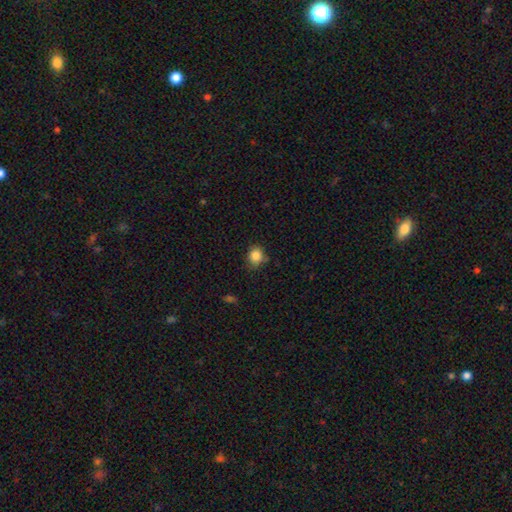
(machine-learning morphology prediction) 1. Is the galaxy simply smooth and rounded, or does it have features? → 84% smooth, 11% star or artifact, 5% featured or disk.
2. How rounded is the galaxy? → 71% round, 28% in between, 1% cigar-shaped.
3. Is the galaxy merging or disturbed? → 75% none, 20% minor disturbance, 4% major disturbance, 2% merger.